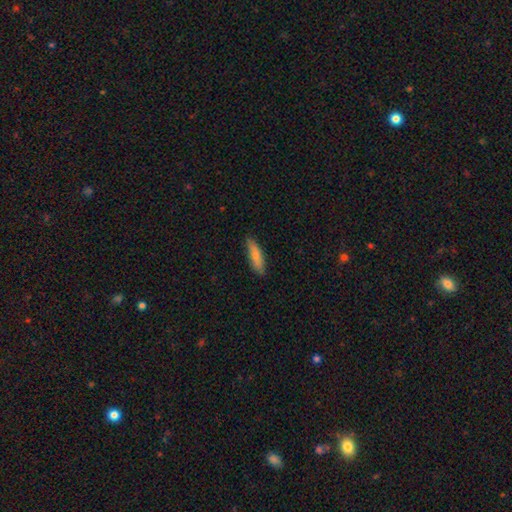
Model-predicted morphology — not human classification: A smooth galaxy with no disk features (74%) that is cigar-shaped (59%). Merging: none (82%).